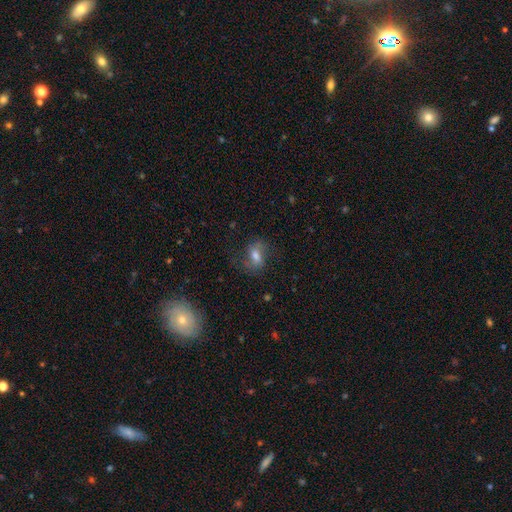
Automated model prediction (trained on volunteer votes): Q: Smooth or featured?
A: smooth (50%); runner-up: featured or disk (36%)
Q: Merging?
A: none (63%); runner-up: minor disturbance (20%)